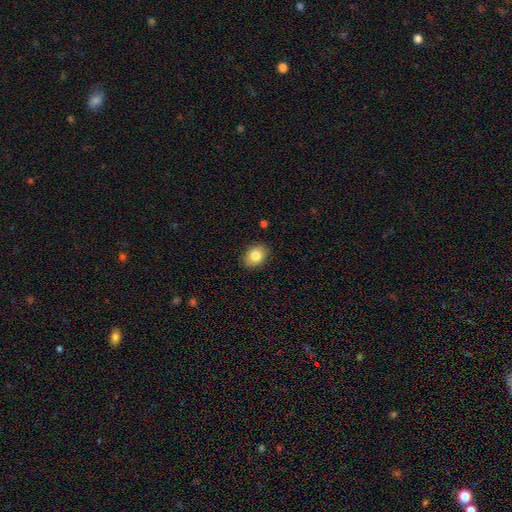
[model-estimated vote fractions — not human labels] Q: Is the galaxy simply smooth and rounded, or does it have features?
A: smooth — 82%.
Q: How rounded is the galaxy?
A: in between — 64%.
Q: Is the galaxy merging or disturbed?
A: none — 87%.